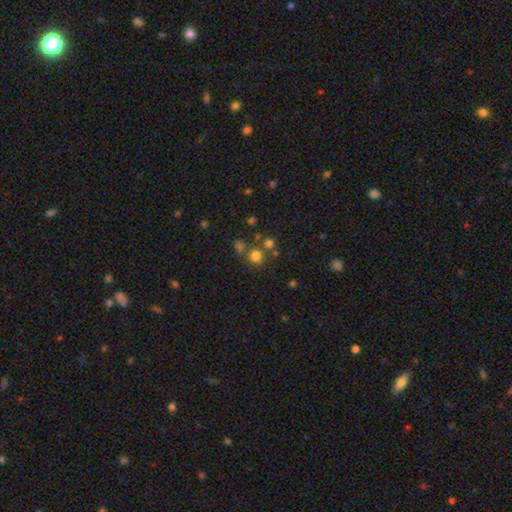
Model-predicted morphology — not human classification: Smooth or featured? Predicted: smooth (p=0.73). How rounded? Predicted: round (p=0.87). Merging? Predicted: none (p=0.67).